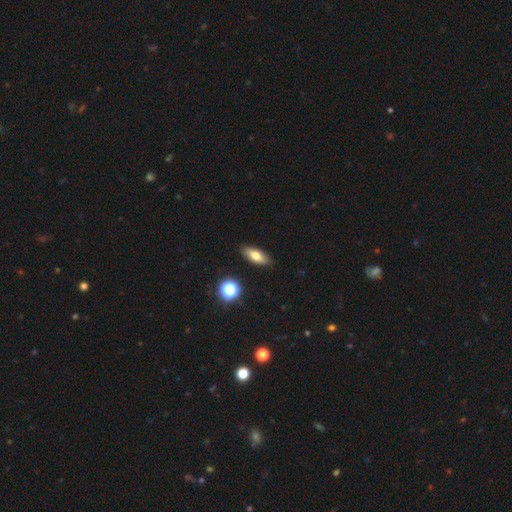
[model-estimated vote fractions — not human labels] Smooth or featured?
  - smooth: 72% *
  - featured or disk: 20%
  - star or artifact: 9%
How rounded?
  - in between: 69% *
  - cigar-shaped: 27%
  - round: 4%
Merging?
  - none: 87% *
  - minor disturbance: 9%
  - major disturbance: 2%
  - merger: 2%